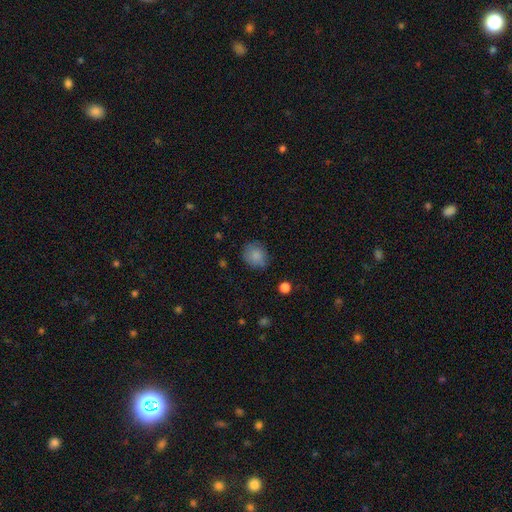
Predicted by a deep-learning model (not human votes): smooth 84%, star or artifact 9%, featured or disk 7%. Down the decision tree: how rounded — round (78%); merging — none (73%).